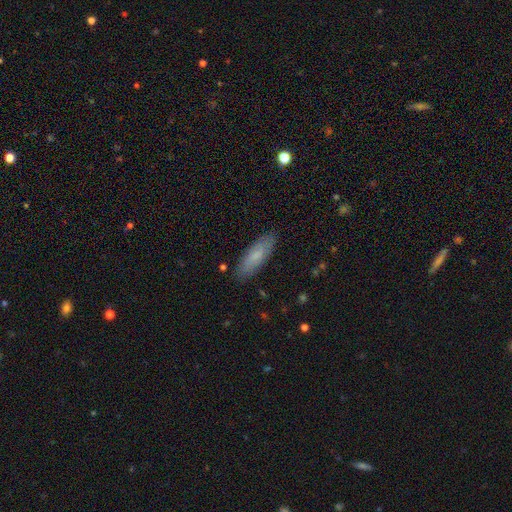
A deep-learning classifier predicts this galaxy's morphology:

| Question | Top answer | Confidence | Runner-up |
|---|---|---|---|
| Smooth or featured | smooth | 77% | featured or disk (16%) |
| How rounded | in between | 49% | tied: cigar-shaped (49%) |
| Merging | none | 86% | minor disturbance (10%) |